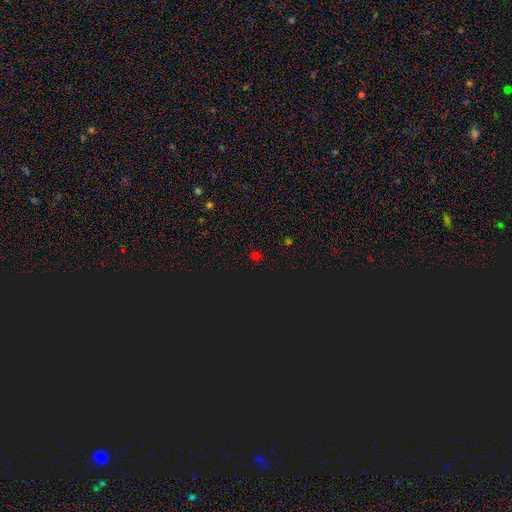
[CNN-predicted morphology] A smooth galaxy with no disk features (50%) that is round (87%). Merging: none (88%).